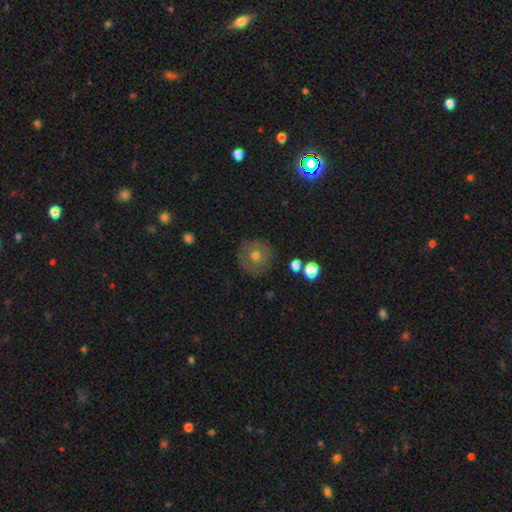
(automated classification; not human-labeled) This is likely a smooth galaxy (63%). How rounded: clearly round (94%). Merging: clearly none (84%).